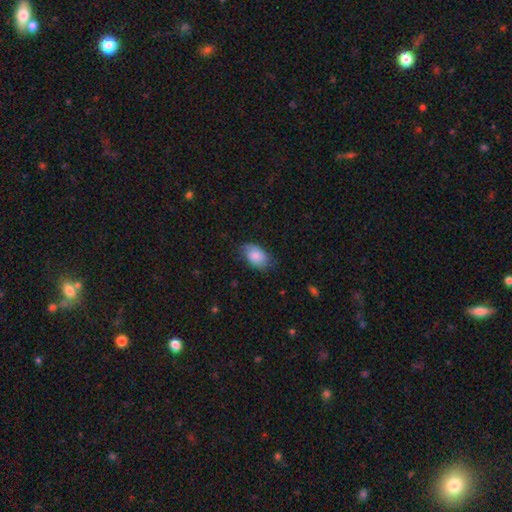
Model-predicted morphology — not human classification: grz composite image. It shows a smooth galaxy with no disk features (78%) that is in between round and cigar-shaped (91%). Merging: none (67%).